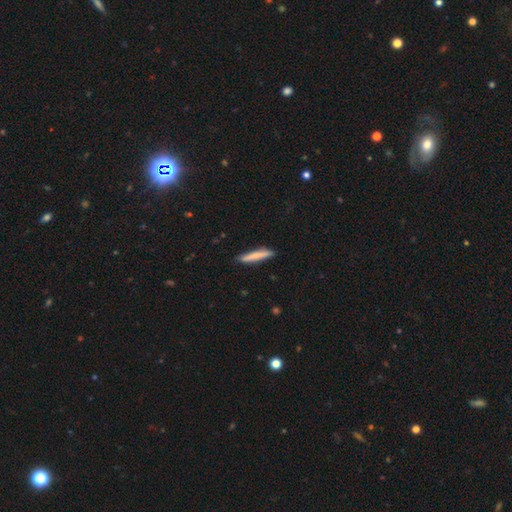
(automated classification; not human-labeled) The model was most divided on "smooth or featured": smooth: 75%, featured or disk: 19%, star or artifact: 6%. More confident: how rounded — cigar-shaped (93%); merging — none (87%).